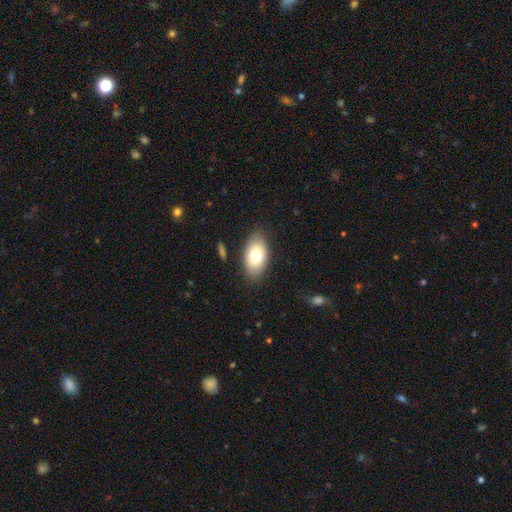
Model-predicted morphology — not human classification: smooth 76%, featured or disk 17%, star or artifact 7%. Down the decision tree: how rounded — in between (93%); merging — none (84%).